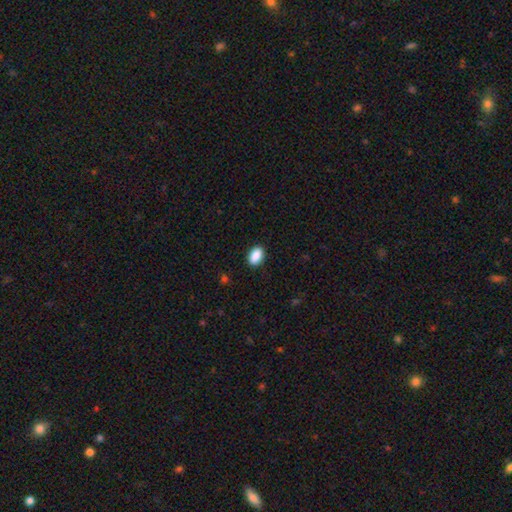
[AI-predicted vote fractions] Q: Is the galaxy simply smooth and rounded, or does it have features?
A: smooth — 90%.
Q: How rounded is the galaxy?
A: in between — 89%.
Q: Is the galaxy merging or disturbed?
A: none — 89%.